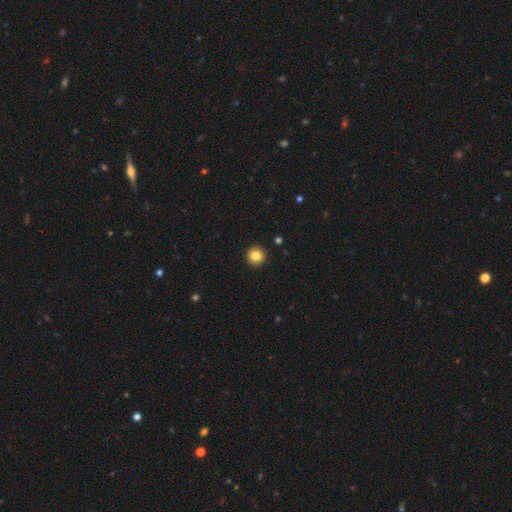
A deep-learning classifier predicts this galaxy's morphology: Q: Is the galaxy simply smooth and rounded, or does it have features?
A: smooth — 84%.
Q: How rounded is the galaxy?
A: round — 96%.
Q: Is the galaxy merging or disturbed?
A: none — 94%.